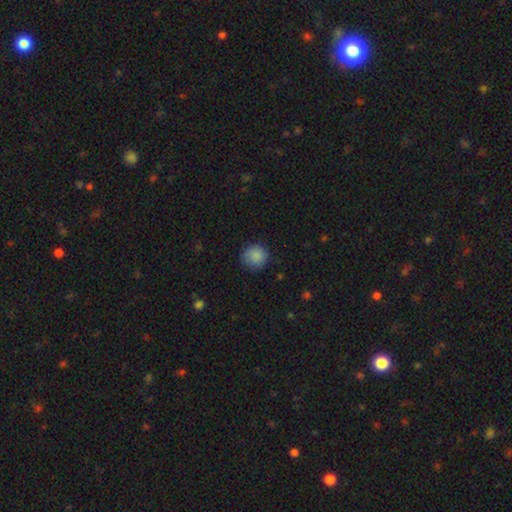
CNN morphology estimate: This appears to be a smooth galaxy with no disk features (88%) that is round (92%). Merging: none (85%).